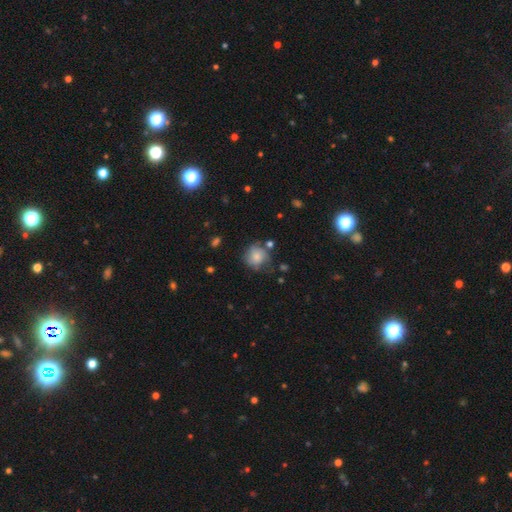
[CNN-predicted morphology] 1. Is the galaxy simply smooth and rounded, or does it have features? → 70% smooth, 21% featured or disk, 9% star or artifact.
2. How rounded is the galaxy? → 84% round, 15% in between, 1% cigar-shaped.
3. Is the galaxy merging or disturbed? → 58% none, 25% minor disturbance, 11% major disturbance, 6% merger.